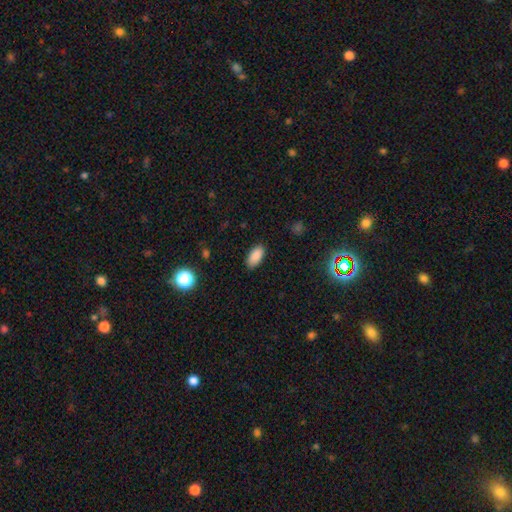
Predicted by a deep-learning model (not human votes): Overall: smooth (88%). How rounded: in between (92%). Merging: none (87%).